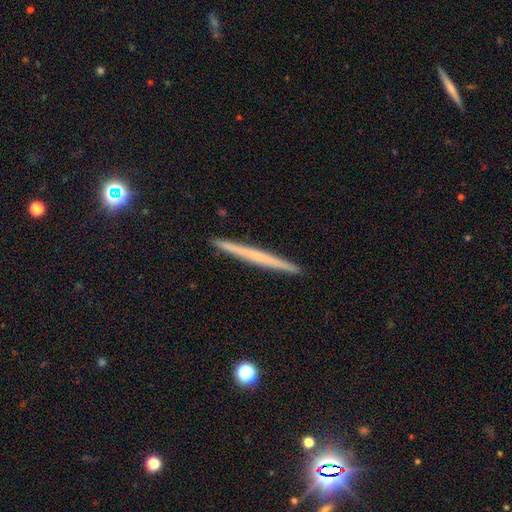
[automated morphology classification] featured or disk 50%, smooth 42%, star or artifact 8%. Down the decision tree: merging — none (92%).